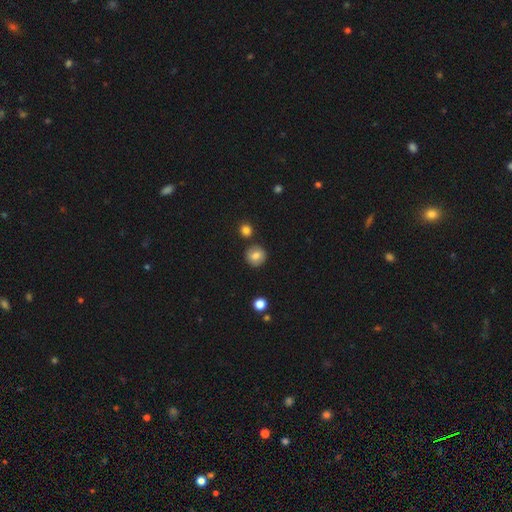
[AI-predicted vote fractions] A smooth galaxy with no disk features (79%) that is round (90%).

Vote fractions:
- Smooth or featured? smooth: 79% / featured or disk: 11% / star or artifact: 10%
- How rounded? round: 90% / in between: 9% / cigar-shaped: 1%
- Merging? none: 84% / minor disturbance: 8% / merger: 5% / major disturbance: 2%